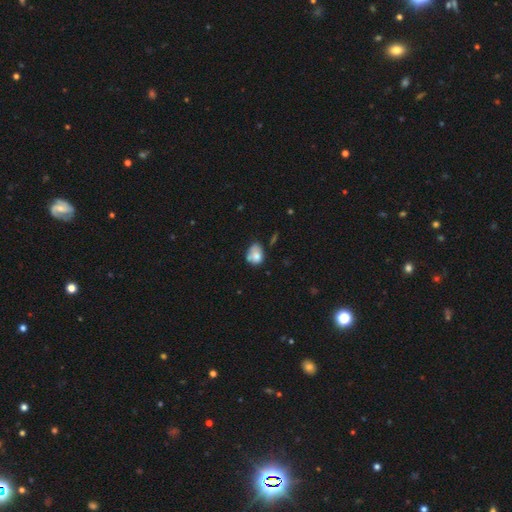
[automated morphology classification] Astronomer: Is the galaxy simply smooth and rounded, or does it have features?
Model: smooth — 70%.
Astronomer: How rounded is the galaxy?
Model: in between — 56% (runner-up: round, 43%).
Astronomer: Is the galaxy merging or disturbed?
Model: none — 36% (runner-up: minor disturbance, 34%).